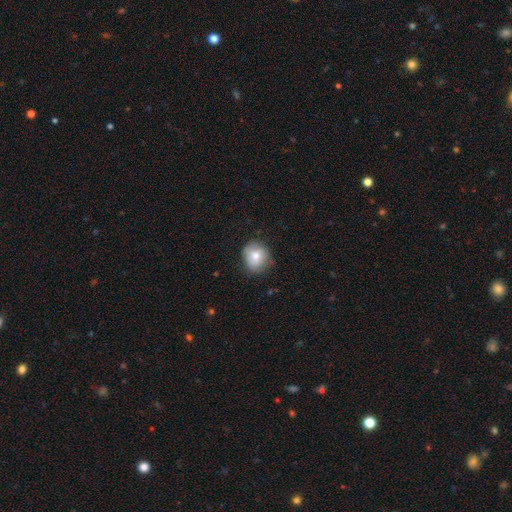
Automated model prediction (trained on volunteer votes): Smooth or featured?
  - smooth: 72% *
  - featured or disk: 19%
  - star or artifact: 9%
How rounded?
  - round: 81% *
  - in between: 18%
  - cigar-shaped: 1%
Merging?
  - none: 77% *
  - minor disturbance: 18%
  - major disturbance: 4%
  - merger: 1%